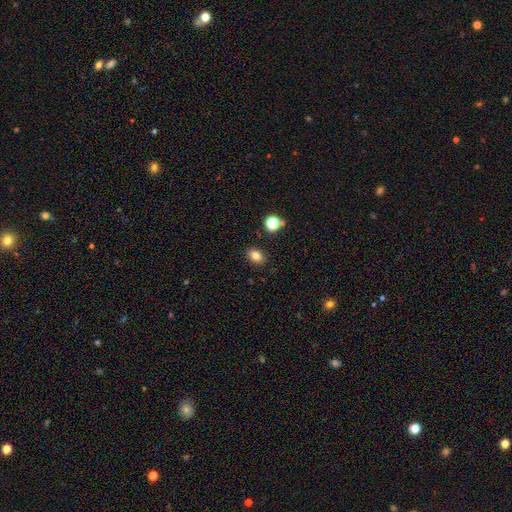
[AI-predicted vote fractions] Overall: smooth (82%). How rounded: in between (75%). Merging: none (86%).